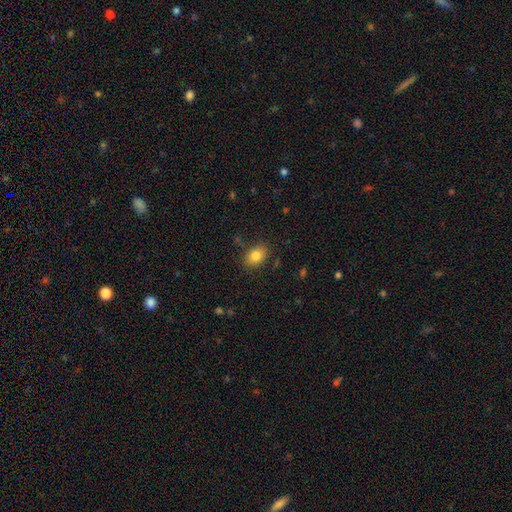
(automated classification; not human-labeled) A smooth galaxy with no disk features (83%) that is in between round and cigar-shaped (74%). Merging: none (83%).